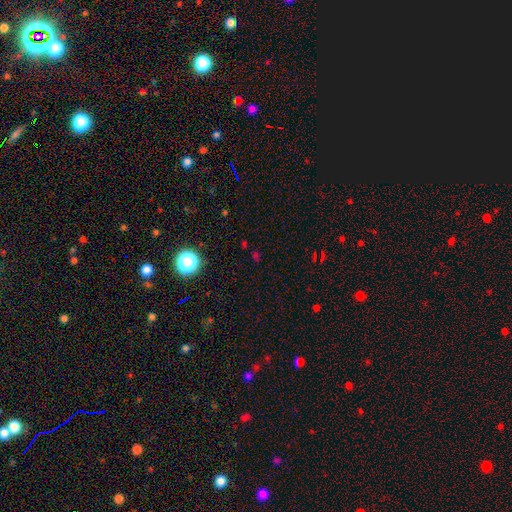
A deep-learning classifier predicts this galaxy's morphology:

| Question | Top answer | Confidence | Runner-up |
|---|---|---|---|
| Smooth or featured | star or artifact | 58% | smooth (34%) |